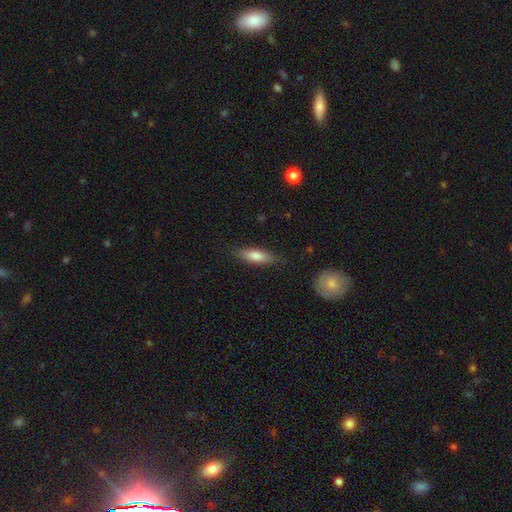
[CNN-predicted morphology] A smooth galaxy with no disk features (76%) that is in between round and cigar-shaped (51%).

Vote fractions:
- Smooth or featured? smooth: 76% / featured or disk: 18% / star or artifact: 6%
- How rounded? in between: 51% / cigar-shaped: 46% / round: 2%
- Merging? none: 83% / minor disturbance: 13% / major disturbance: 3% / merger: 1%